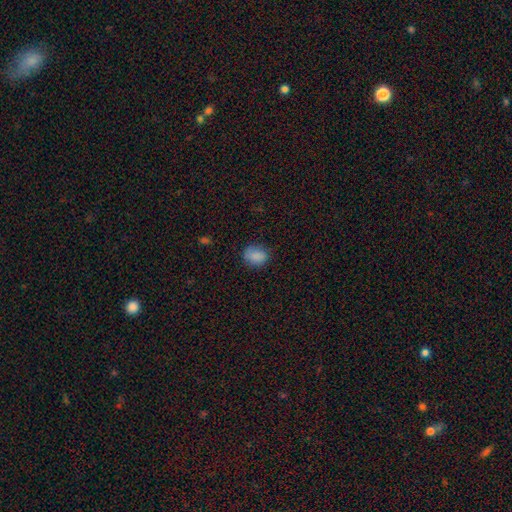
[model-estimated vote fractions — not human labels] This appears to be a smooth galaxy with no disk features (85%) that is in between round and cigar-shaped (55%). Merging: none (75%).